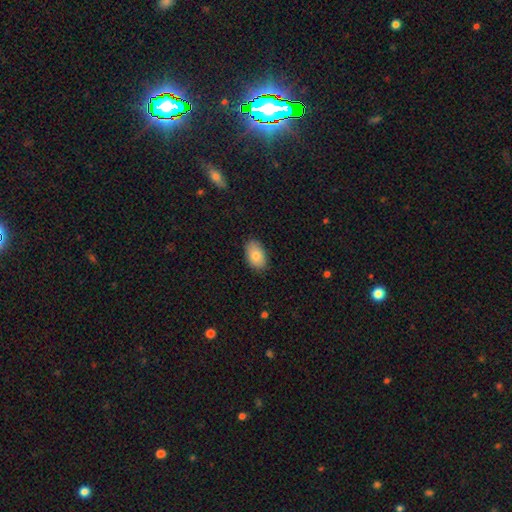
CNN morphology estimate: This appears to be a smooth galaxy with no disk features (82%) that is in between round and cigar-shaped (92%). Merging: none (86%).